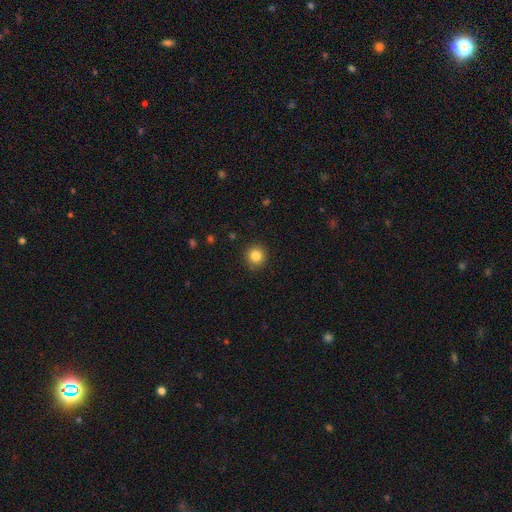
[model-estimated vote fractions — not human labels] Smooth or featured?
  - smooth: 84% *
  - star or artifact: 11%
  - featured or disk: 5%
How rounded?
  - round: 93% *
  - in between: 6%
  - cigar-shaped: 1%
Merging?
  - none: 91% *
  - minor disturbance: 6%
  - major disturbance: 2%
  - merger: 1%